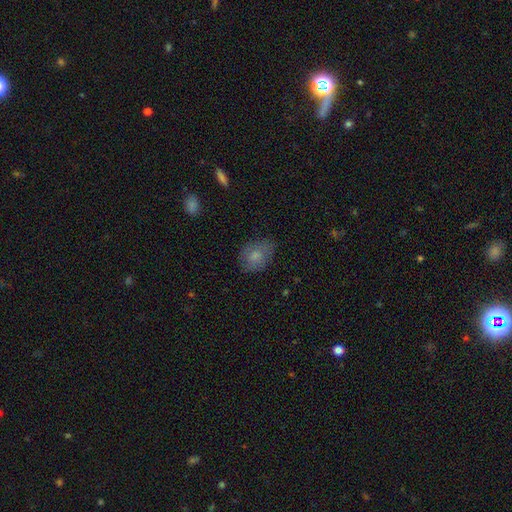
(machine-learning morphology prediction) smooth_or_featured: smooth (p=0.77) [alt: featured or disk p=0.15]
how_rounded: in between (p=0.64) [alt: round p=0.34]
merging: none (p=0.63) [alt: minor disturbance p=0.26]